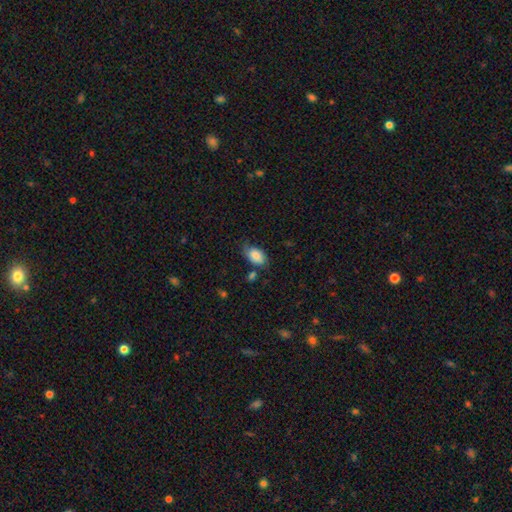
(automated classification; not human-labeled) Smooth or featured?
  - smooth: 79% *
  - featured or disk: 13%
  - star or artifact: 7%
How rounded?
  - in between: 91% *
  - round: 7%
  - cigar-shaped: 2%
Merging?
  - none: 56% *
  - minor disturbance: 29%
  - major disturbance: 9%
  - merger: 6%